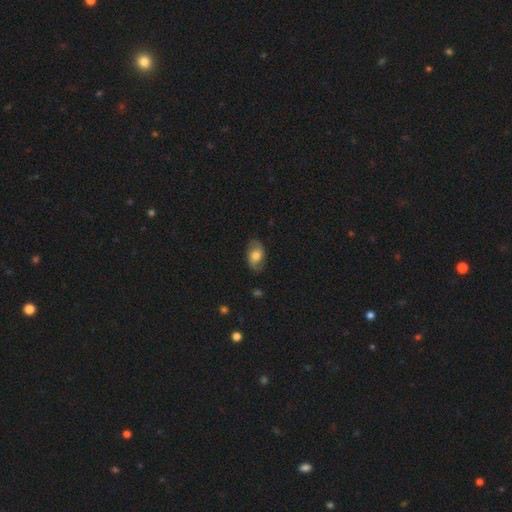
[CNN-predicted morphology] smooth_or_featured: smooth (p=0.52) [alt: featured or disk p=0.39]
how_rounded: in between (p=0.87) [alt: round p=0.11]
merging: none (p=0.76) [alt: minor disturbance p=0.18]